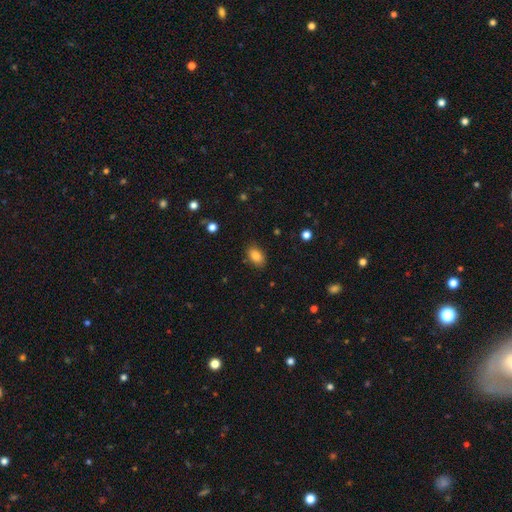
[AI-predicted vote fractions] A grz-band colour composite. It shows a smooth galaxy with no disk features (86%) that is in between round and cigar-shaped (87%). Merging: none (84%).